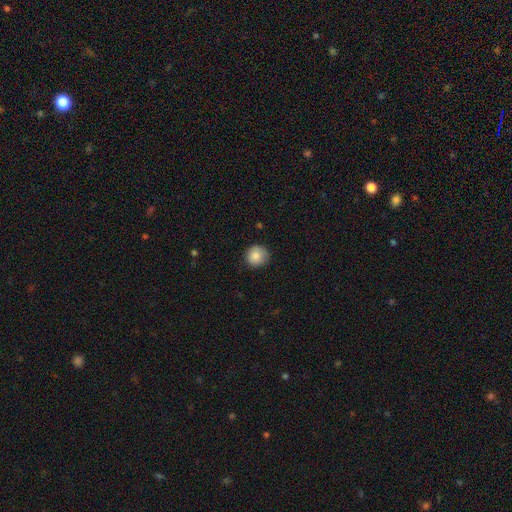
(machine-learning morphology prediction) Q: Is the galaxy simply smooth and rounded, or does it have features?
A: smooth — 86%.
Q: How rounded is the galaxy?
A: round — 91%.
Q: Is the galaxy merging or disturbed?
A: none — 79%.